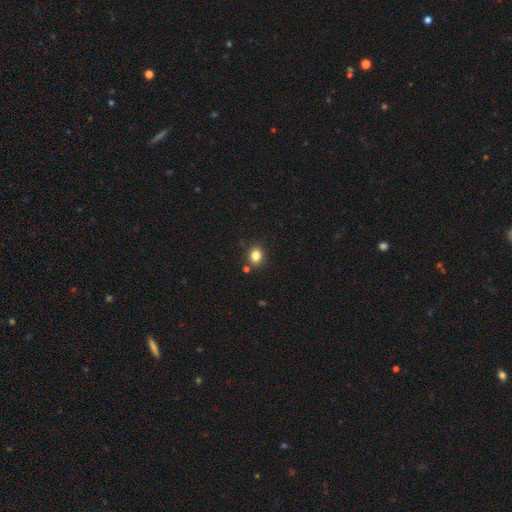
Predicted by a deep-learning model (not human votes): Morphology: type=smooth (83%); roundness=round (63%); merging=none (83%).